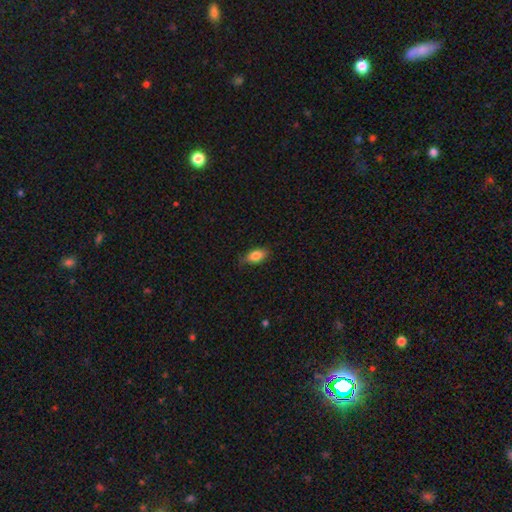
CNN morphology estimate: Q: Smooth or featured?
A: smooth (84%); runner-up: featured or disk (8%)
Q: How rounded?
A: in between (88%); runner-up: cigar-shaped (7%)
Q: Merging?
A: none (75%); runner-up: minor disturbance (20%)